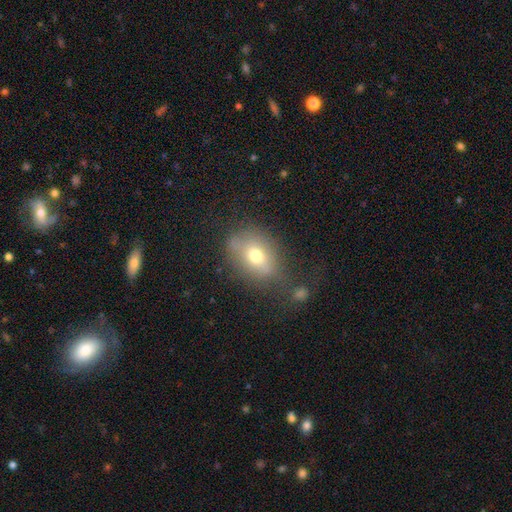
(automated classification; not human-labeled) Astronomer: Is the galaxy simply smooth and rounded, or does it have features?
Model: smooth — 67%.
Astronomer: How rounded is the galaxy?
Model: in between — 67%.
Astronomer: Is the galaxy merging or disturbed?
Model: none — 58%.